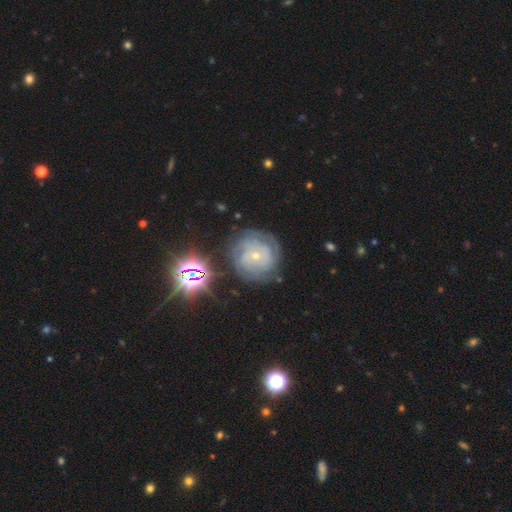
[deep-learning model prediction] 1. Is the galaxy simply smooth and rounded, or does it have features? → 72% featured or disk, 15% smooth, 13% star or artifact.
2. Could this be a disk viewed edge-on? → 97% no, 3% yes.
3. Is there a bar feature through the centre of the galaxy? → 75% no, 20% weak, 5% strong.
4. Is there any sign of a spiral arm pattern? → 91% yes, 9% no.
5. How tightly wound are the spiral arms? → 71% tight, 23% medium, 6% loose.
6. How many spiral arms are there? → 41% can't tell, 19% 3, 16% 4, 12% 2, 7% more than 4, 6% 1.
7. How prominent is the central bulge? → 76% small, 20% moderate, 1% none, 1% large, 1% dominant.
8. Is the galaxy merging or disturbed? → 75% none, 16% minor disturbance, 6% major disturbance, 3% merger.